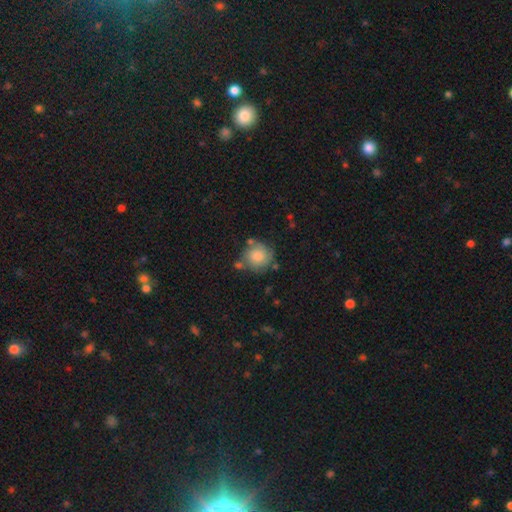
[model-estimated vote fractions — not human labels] Smooth or featured: smooth — 64% (featured or disk — 26%)
How rounded: round — 87% (in between — 12%)
Merging: none — 63% (minor disturbance — 21%)